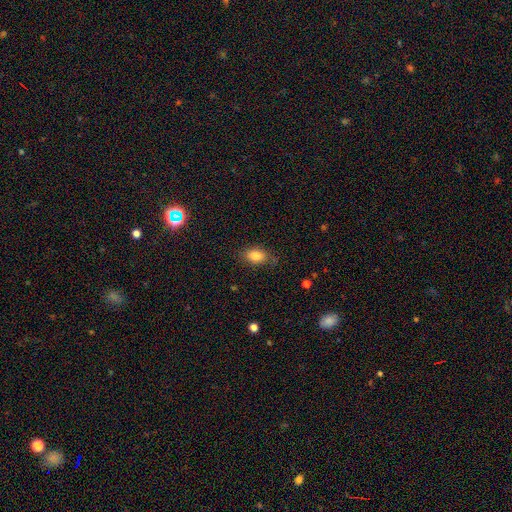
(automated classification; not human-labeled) Overall: smooth (84%). How rounded: in between (84%). Merging: none (76%).